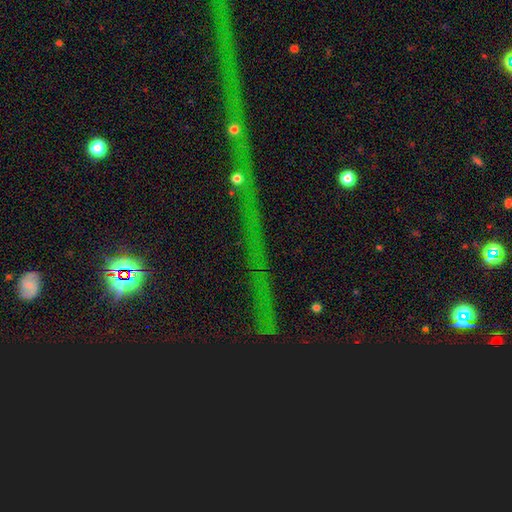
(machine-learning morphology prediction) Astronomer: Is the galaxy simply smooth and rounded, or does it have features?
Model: star or artifact — 75%.